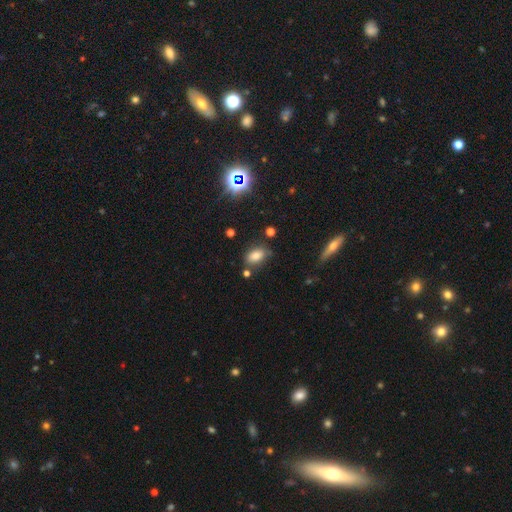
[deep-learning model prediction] The model was most divided on "merging": none: 71%, minor disturbance: 18%, merger: 6%, major disturbance: 5%. More confident: how rounded — in between (87%); smooth or featured — smooth (77%).